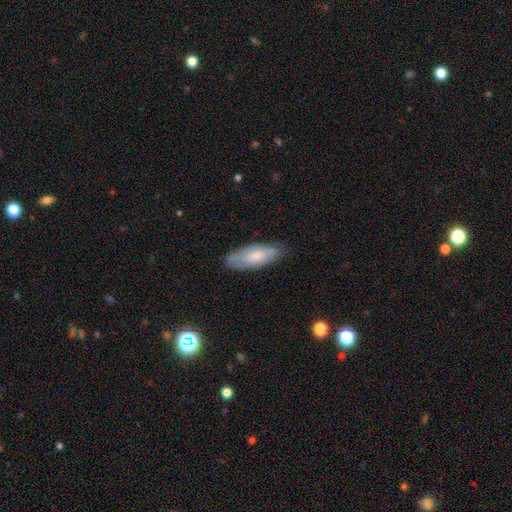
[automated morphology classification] The model was most divided on "smooth or featured": smooth: 64%, featured or disk: 29%, star or artifact: 7%. More confident: how rounded — in between (75%); merging — none (73%).